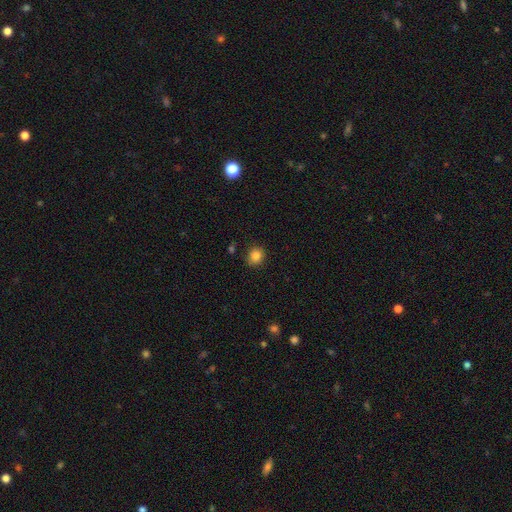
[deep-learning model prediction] A smooth galaxy with no disk features (85%) that is round (80%). Merging: none (85%).